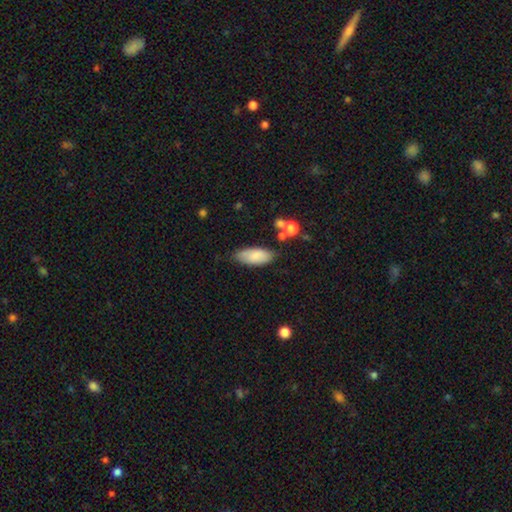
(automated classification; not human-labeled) A smooth galaxy with no disk features (84%) that is in between round and cigar-shaped (83%).

Vote fractions:
- Smooth or featured? smooth: 84% / featured or disk: 10% / star or artifact: 6%
- How rounded? in between: 83% / cigar-shaped: 15% / round: 2%
- Merging? none: 76% / minor disturbance: 16% / merger: 4% / major disturbance: 4%